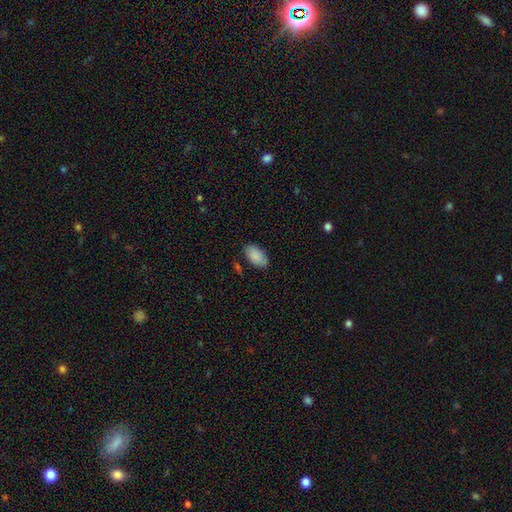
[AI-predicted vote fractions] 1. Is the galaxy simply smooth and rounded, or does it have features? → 87% smooth, 7% featured or disk, 6% star or artifact.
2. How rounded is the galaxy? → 95% in between, 3% round, 2% cigar-shaped.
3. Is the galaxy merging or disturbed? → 79% none, 15% minor disturbance, 3% major disturbance, 2% merger.